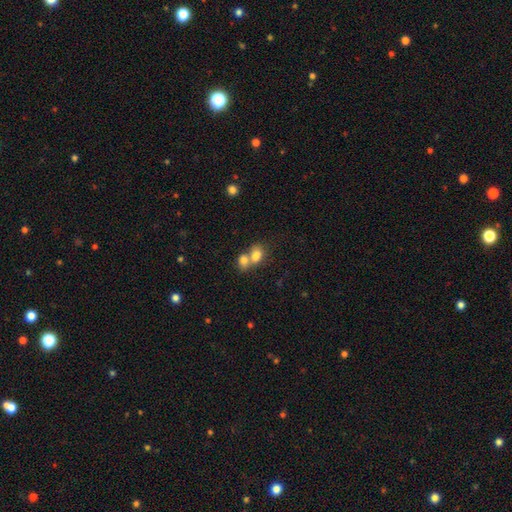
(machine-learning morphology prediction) Smooth or featured: smooth — 78% (featured or disk — 13%)
How rounded: in between — 69% (round — 29%)
Merging: merger — 67% (none — 22%)